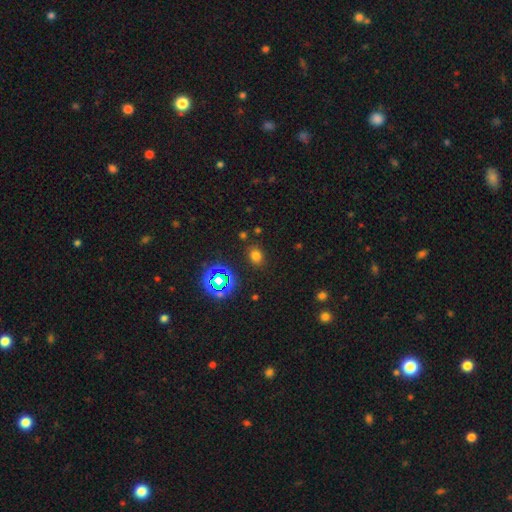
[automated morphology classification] type=smooth (67%); roundness=in between (51%); merging=none (85%).